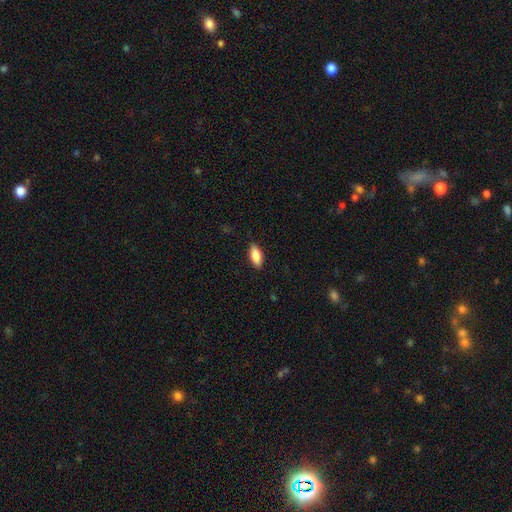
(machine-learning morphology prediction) The model was most divided on "smooth or featured": smooth: 83%, featured or disk: 11%, star or artifact: 6%. More confident: merging — none (88%); how rounded — in between (86%).